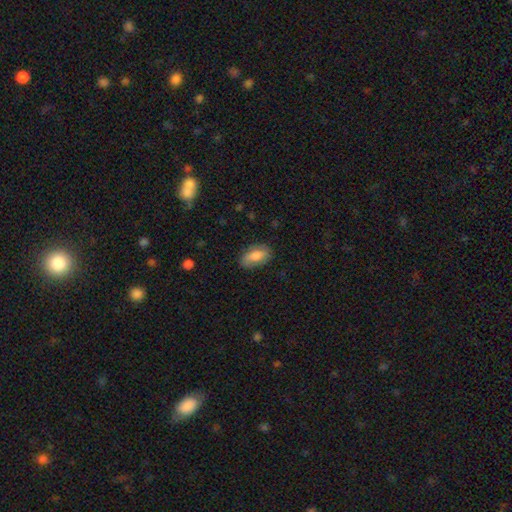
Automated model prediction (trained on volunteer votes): The model was most divided on "smooth or featured": smooth: 72%, featured or disk: 21%, star or artifact: 7%. More confident: how rounded — in between (91%); merging — none (79%).